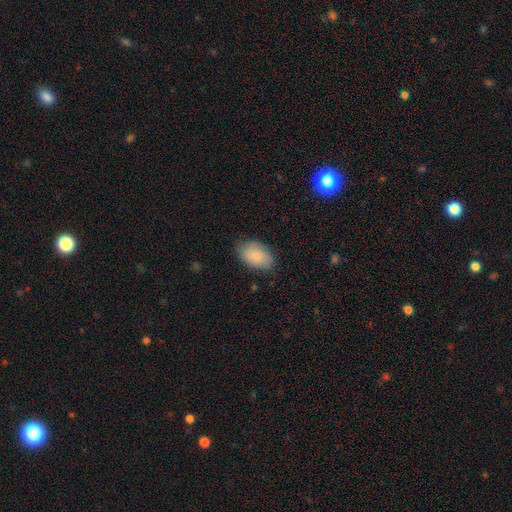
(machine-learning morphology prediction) type=smooth (81%); roundness=in between (88%); merging=none (78%).